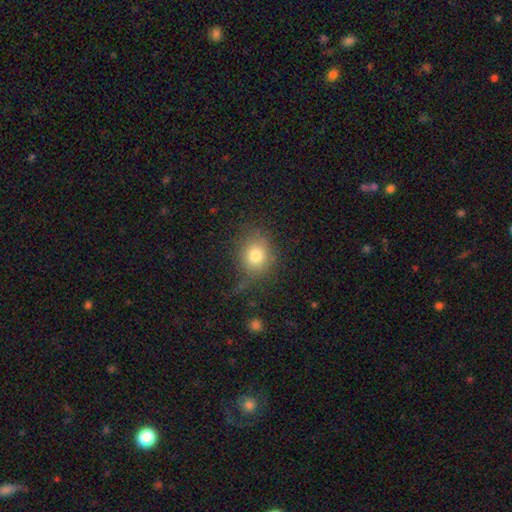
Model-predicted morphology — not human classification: smooth 78%, star or artifact 11%, featured or disk 10%. Down the decision tree: how rounded — round (73%); merging — none (65%).